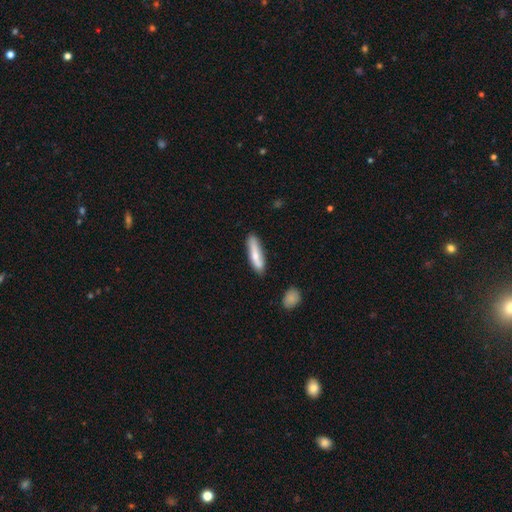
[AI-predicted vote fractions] A smooth galaxy with no disk features (63%) that is cigar-shaped (74%).

Vote fractions:
- Smooth or featured? smooth: 63% / featured or disk: 32% / star or artifact: 6%
- How rounded? cigar-shaped: 74% / in between: 24% / round: 2%
- Merging? none: 79% / minor disturbance: 14% / merger: 3% / major disturbance: 3%